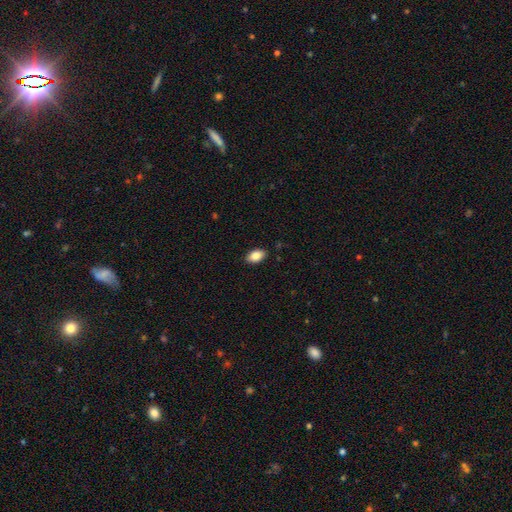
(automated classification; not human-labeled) A smooth galaxy with no disk features (86%) that is in between round and cigar-shaped (91%).

Vote fractions:
- Smooth or featured? smooth: 86% / star or artifact: 7% / featured or disk: 6%
- How rounded? in between: 91% / round: 7% / cigar-shaped: 2%
- Merging? none: 88% / minor disturbance: 9% / major disturbance: 2% / merger: 1%